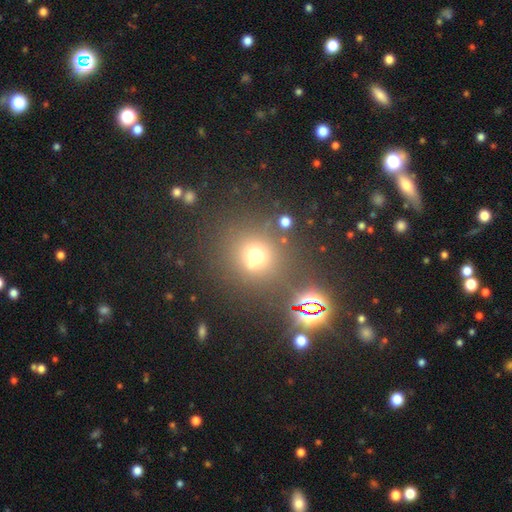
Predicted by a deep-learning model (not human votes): Q: Smooth or featured?
A: smooth (60%); runner-up: star or artifact (27%)
Q: How rounded?
A: round (86%); runner-up: in between (12%)
Q: Merging?
A: none (65%); runner-up: merger (20%)